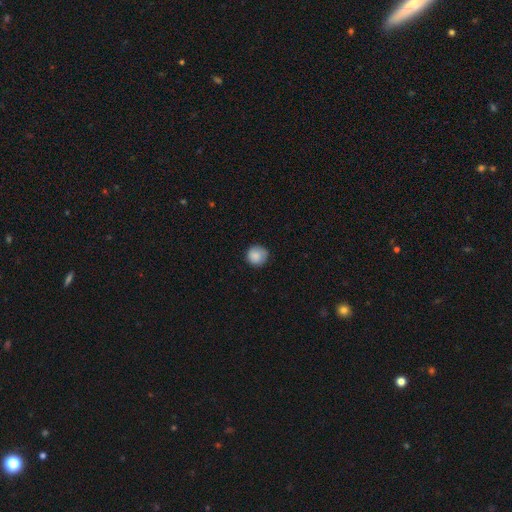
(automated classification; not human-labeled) A smooth galaxy with no disk features (87%) that is round (93%).

Vote fractions:
- Smooth or featured? smooth: 87% / star or artifact: 8% / featured or disk: 5%
- How rounded? round: 93% / in between: 6% / cigar-shaped: 1%
- Merging? none: 83% / minor disturbance: 13% / major disturbance: 2% / merger: 1%